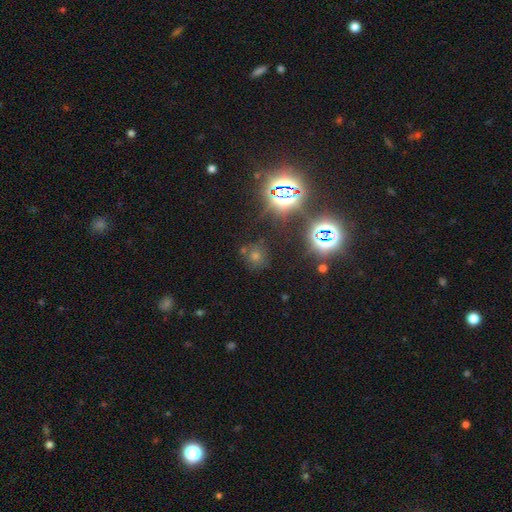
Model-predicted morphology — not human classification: A star or artifact, not a galaxy (54%).

Vote fractions:
- Smooth or featured? star or artifact: 54% / smooth: 36% / featured or disk: 10%